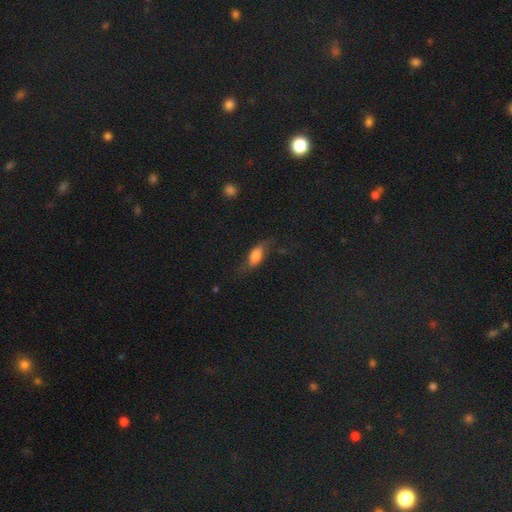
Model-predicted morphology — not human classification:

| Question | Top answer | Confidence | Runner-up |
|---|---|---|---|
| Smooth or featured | smooth | 68% | featured or disk (23%) |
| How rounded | in between | 82% | cigar-shaped (13%) |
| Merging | none | 55% | minor disturbance (26%) |